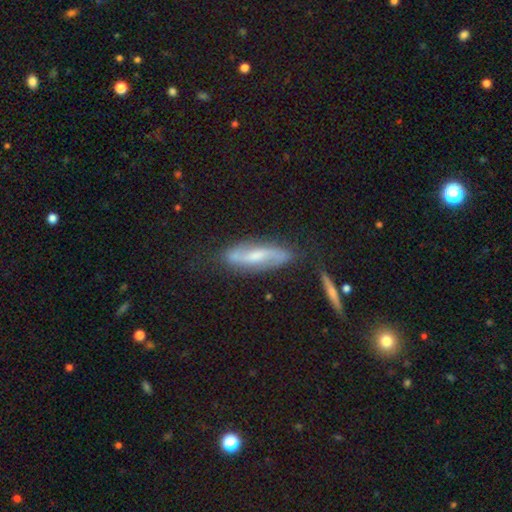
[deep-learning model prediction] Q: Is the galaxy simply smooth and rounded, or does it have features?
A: featured or disk — 68%.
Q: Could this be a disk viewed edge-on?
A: no — 69%.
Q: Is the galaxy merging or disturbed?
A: none — 77%.